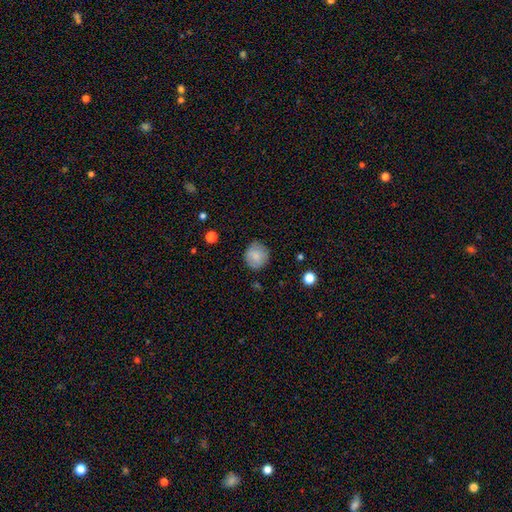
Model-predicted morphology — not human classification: smooth_or_featured: smooth (p=0.83) [alt: featured or disk p=0.09]
how_rounded: round (p=0.86) [alt: in between p=0.13]
merging: none (p=0.82) [alt: minor disturbance p=0.14]